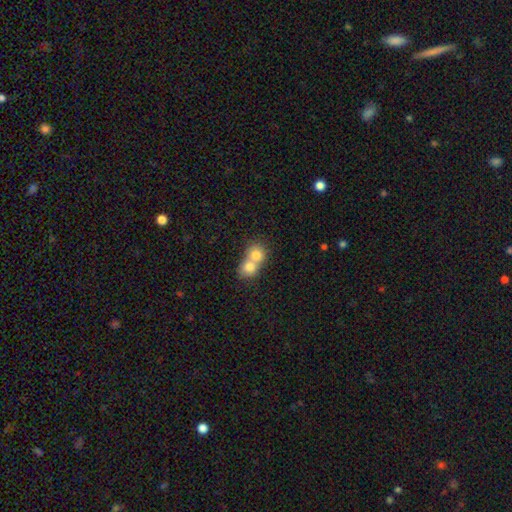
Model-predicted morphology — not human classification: smooth_or_featured: smooth (p=0.75) [alt: featured or disk p=0.16]
how_rounded: round (p=0.74) [alt: in between p=0.25]
merging: merger (p=0.73) [alt: none p=0.21]